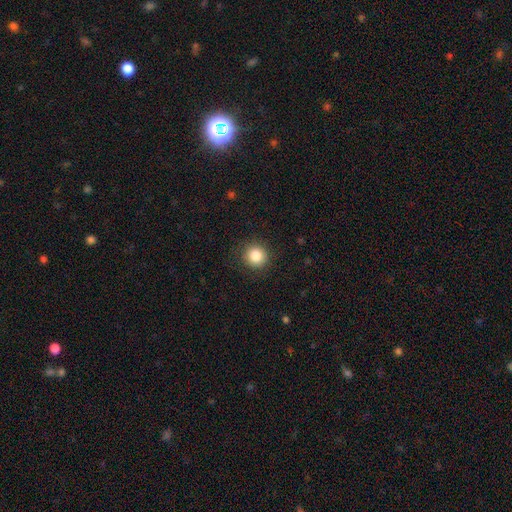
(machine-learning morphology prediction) Smooth or featured?
  - smooth: 85% *
  - star or artifact: 10%
  - featured or disk: 5%
How rounded?
  - round: 93% *
  - in between: 6%
  - cigar-shaped: 1%
Merging?
  - none: 90% *
  - minor disturbance: 7%
  - major disturbance: 2%
  - merger: 1%